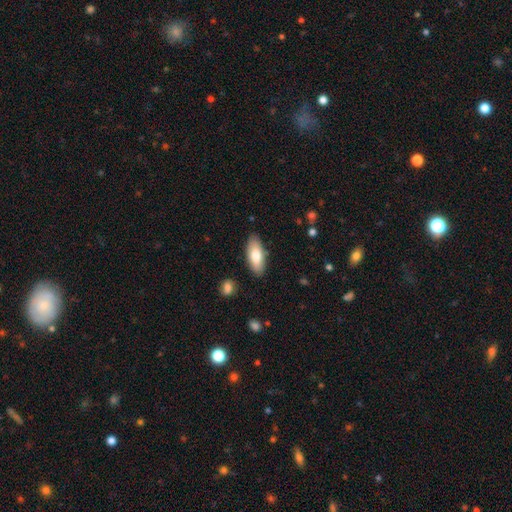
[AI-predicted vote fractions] smooth 75%, featured or disk 19%, star or artifact 6%. Down the decision tree: how rounded — in between (80%); merging — none (86%).